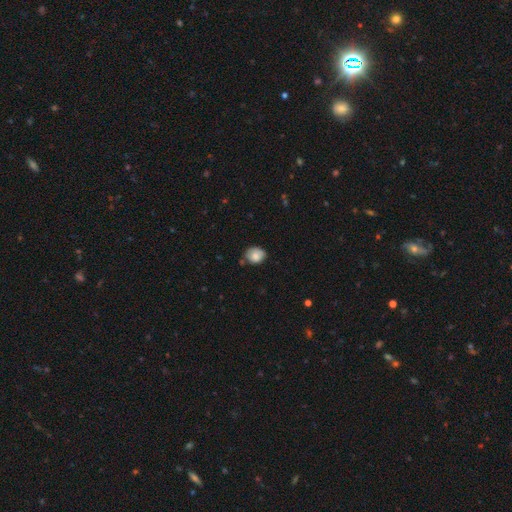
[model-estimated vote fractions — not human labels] smooth 80%, featured or disk 12%, star or artifact 8%. Down the decision tree: how rounded — round (57%); merging — none (65%).